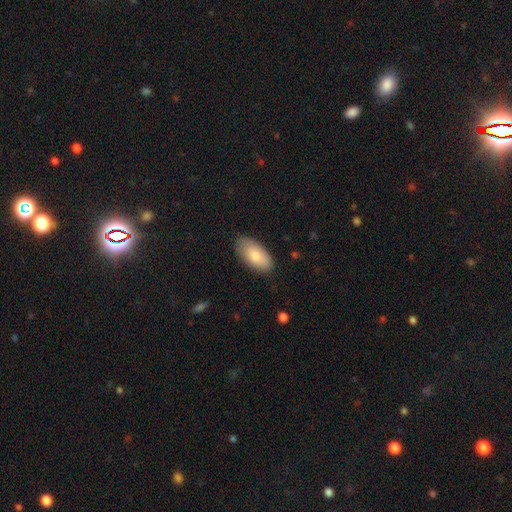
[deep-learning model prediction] Smooth or featured? smooth (83%)
How rounded? in between (94%)
Merging? none (82%)